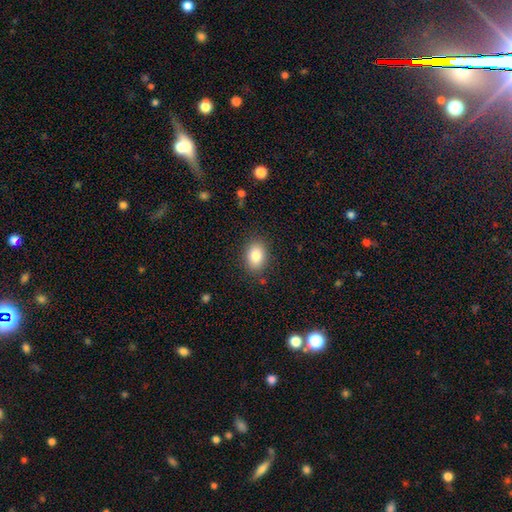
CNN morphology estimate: Smooth or featured? smooth (84%)
How rounded? in between (77%)
Merging? none (86%)